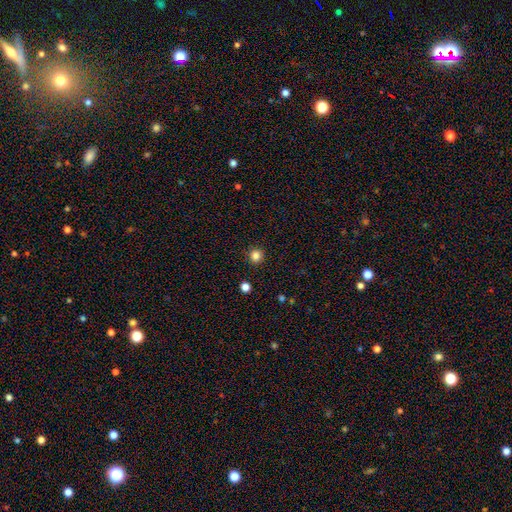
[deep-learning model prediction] Overall: smooth (83%). How rounded: round (95%). Merging: none (92%).